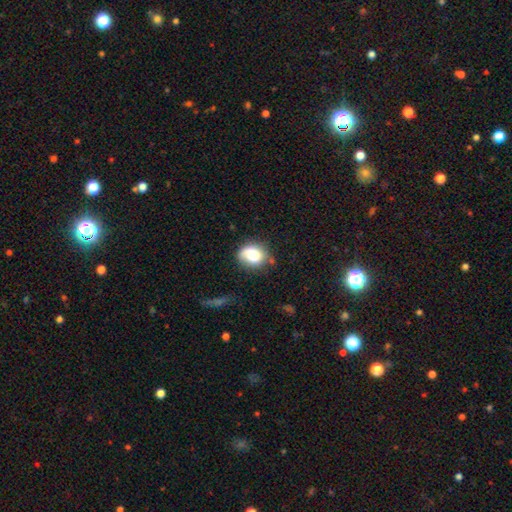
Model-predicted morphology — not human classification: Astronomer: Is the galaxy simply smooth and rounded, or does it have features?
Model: smooth — 72%.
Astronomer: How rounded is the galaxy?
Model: round — 54% (runner-up: in between, 45%).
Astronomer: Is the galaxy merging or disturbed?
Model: none — 60%.